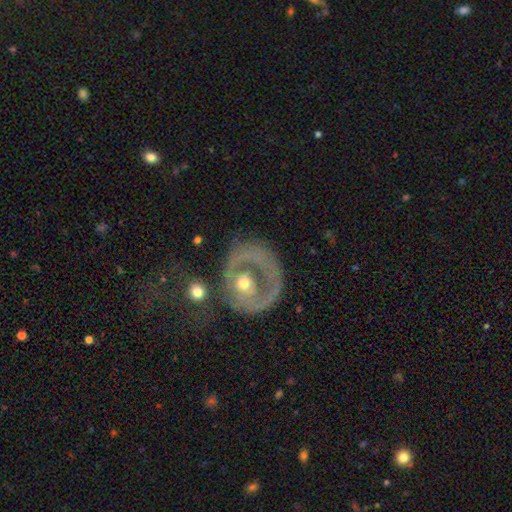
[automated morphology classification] Smooth or featured: featured or disk — 67% (smooth — 25%)
Edge-on disk: no — 96% (yes — 4%)
Bar: no — 83% (weak — 11%)
Spiral arms: no — 76% (yes — 24%)
Bulge size: moderate — 66% (small — 27%)
Merging: none — 59% (minor disturbance — 19%)